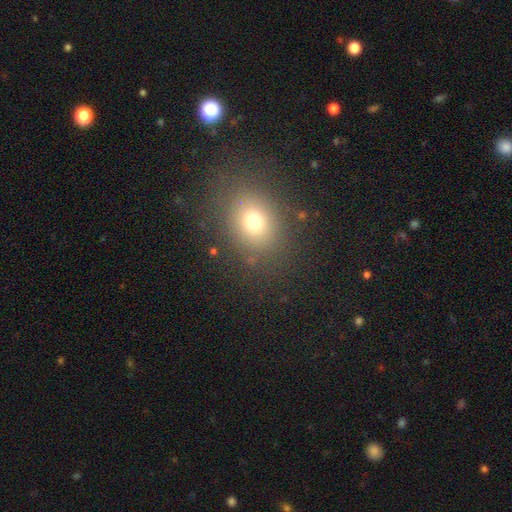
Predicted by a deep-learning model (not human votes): smooth-or-featured: smooth: 65% | star or artifact: 26% | featured or disk: 10%
  how-rounded: round: 51% | in between: 47% | cigar-shaped: 1%
  merging: none: 88% | minor disturbance: 7% | major disturbance: 3% | merger: 2%